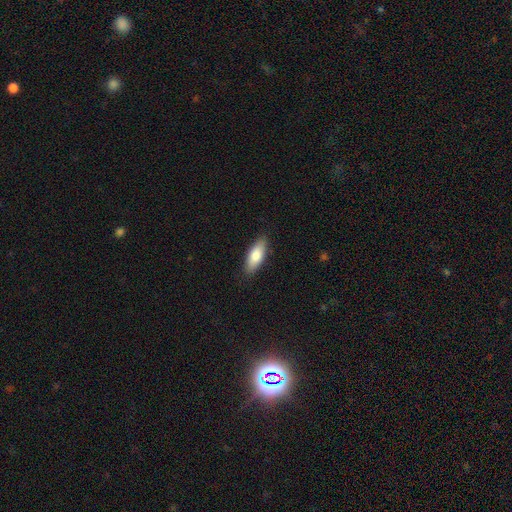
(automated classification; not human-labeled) Smooth or featured? Predicted: smooth (p=0.79). How rounded? Predicted: in between (p=0.71). Merging? Predicted: none (p=0.87).